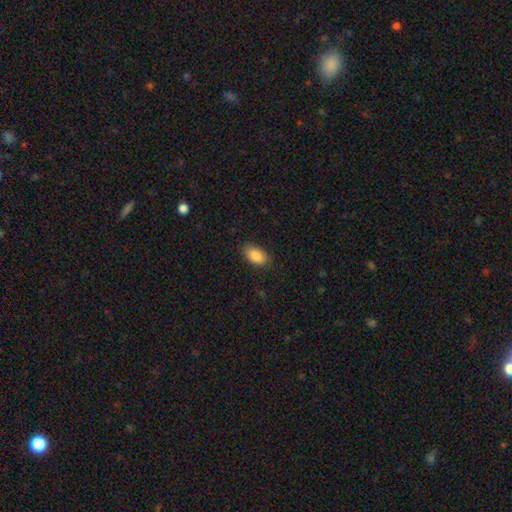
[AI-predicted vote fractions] Morphology: type=smooth (87%); roundness=in between (93%); merging=none (83%).